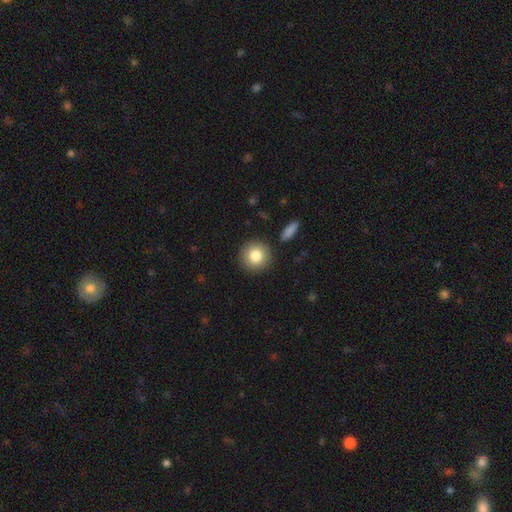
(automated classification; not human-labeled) The model was most divided on "smooth or featured": smooth: 82%, featured or disk: 9%, star or artifact: 9%. More confident: how rounded — round (93%); merging — none (88%).